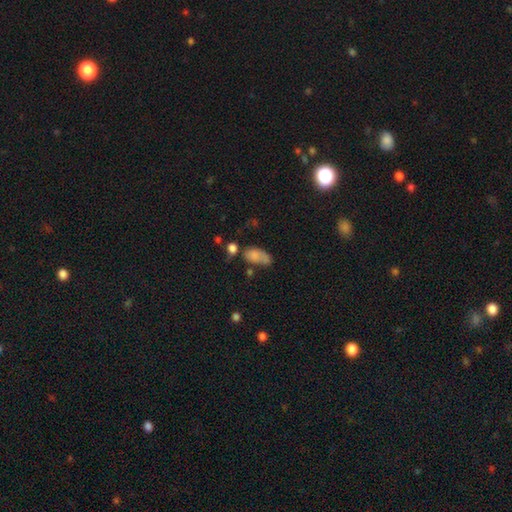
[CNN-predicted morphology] This appears to be a smooth galaxy with no disk features (76%) that is in between round and cigar-shaped (88%). Merging: none (30%).